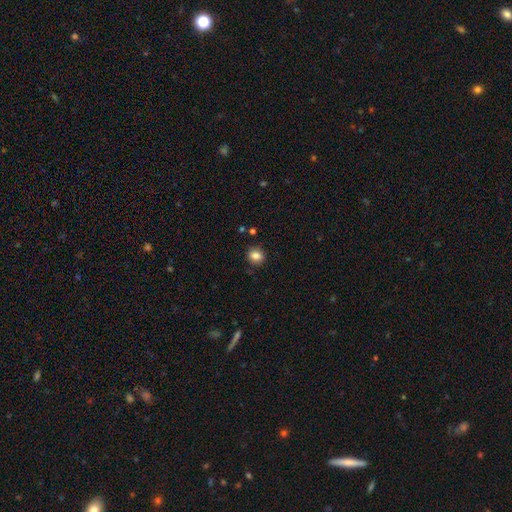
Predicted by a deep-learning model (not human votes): This appears to be a smooth galaxy with no disk features (84%) that is round (66%). Merging: none (87%).